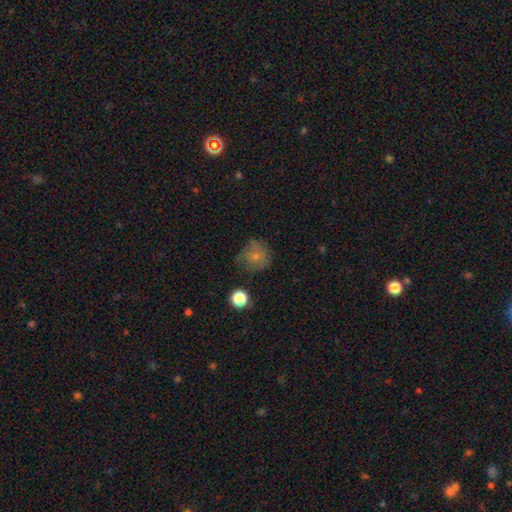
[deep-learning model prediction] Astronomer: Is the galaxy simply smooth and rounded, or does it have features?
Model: smooth — 70%.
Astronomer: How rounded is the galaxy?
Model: round — 82%.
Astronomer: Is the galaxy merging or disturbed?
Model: none — 55%.